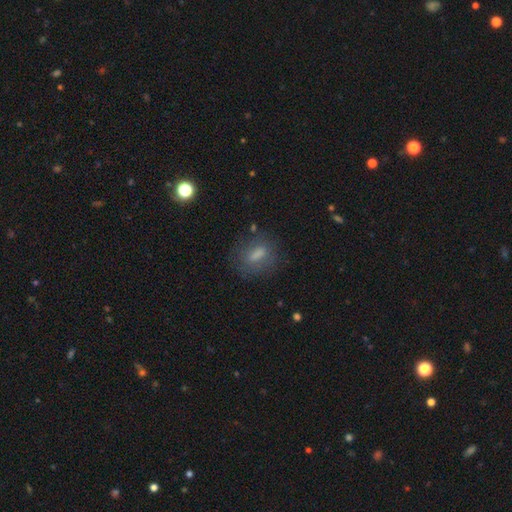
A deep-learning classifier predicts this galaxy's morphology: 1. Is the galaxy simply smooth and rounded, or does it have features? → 62% smooth, 23% featured or disk, 16% star or artifact.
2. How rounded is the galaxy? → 59% in between, 21% round, 19% cigar-shaped.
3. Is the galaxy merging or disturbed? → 75% none, 15% minor disturbance, 8% major disturbance, 2% merger.